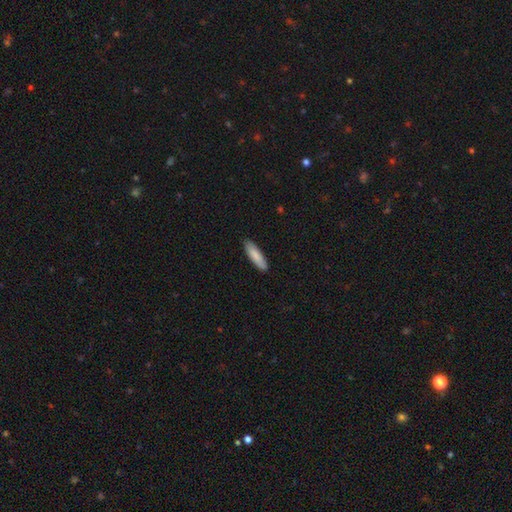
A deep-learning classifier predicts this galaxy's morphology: type=smooth (86%); roundness=cigar-shaped (64%); merging=none (89%).